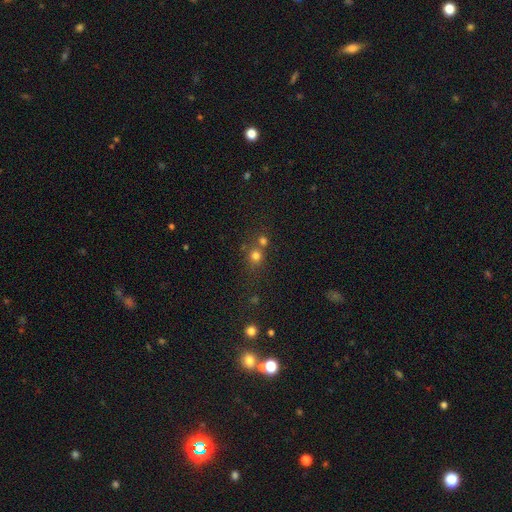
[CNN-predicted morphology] Smooth or featured: smooth — 74% (star or artifact — 18%)
How rounded: round — 86% (in between — 12%)
Merging: none — 56% (merger — 32%)